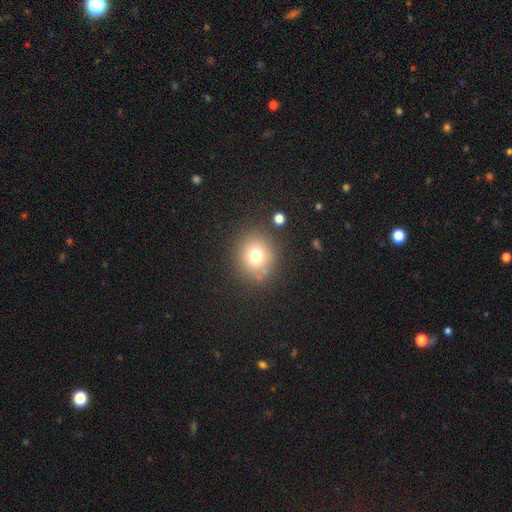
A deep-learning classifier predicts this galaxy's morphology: smooth-or-featured: smooth: 72% | star or artifact: 15% | featured or disk: 13%
  how-rounded: round: 83% | in between: 16% | cigar-shaped: 1%
  merging: none: 81% | minor disturbance: 11% | major disturbance: 5% | merger: 4%